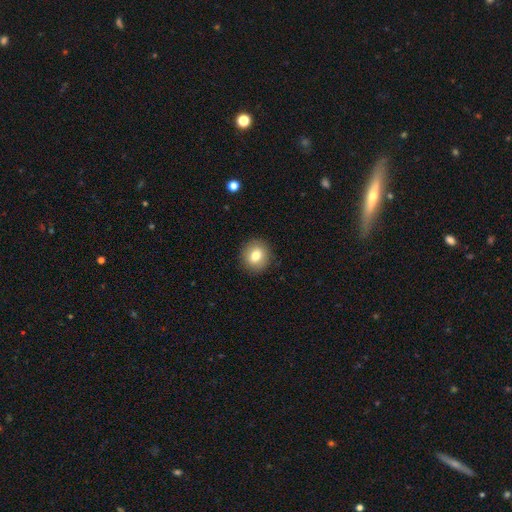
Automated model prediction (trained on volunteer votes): Smooth or featured? smooth (78%)
How rounded? round (83%)
Merging? none (91%)